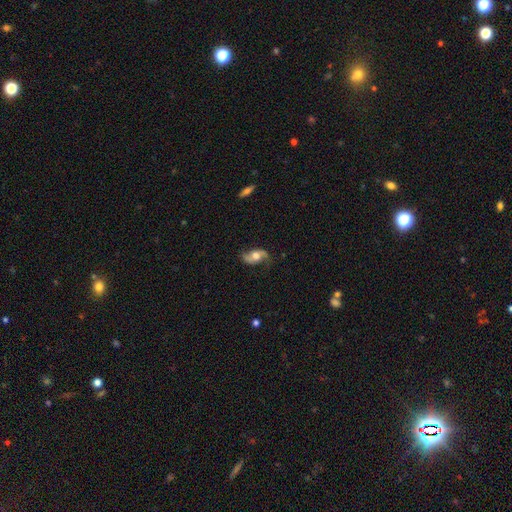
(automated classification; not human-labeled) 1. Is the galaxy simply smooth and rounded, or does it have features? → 73% featured or disk, 19% smooth, 7% star or artifact.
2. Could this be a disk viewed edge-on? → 93% no, 7% yes.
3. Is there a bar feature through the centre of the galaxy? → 60% no, 30% weak, 10% strong.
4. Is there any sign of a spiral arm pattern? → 92% yes, 8% no.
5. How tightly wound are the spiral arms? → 68% loose, 25% medium, 7% tight.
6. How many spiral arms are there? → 90% 2, 4% can't tell, 4% 1, 1% 3, 1% 4, 1% more than 4.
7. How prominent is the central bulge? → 56% moderate, 27% large, 11% small, 3% none, 3% dominant.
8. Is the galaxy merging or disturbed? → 69% none, 20% minor disturbance, 9% major disturbance, 2% merger.